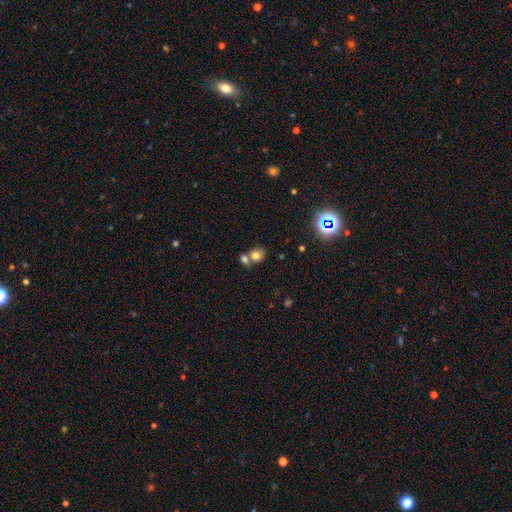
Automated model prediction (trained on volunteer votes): A smooth galaxy with no disk features (75%) that is round (67%). Merging: none (44%, tied with merger).